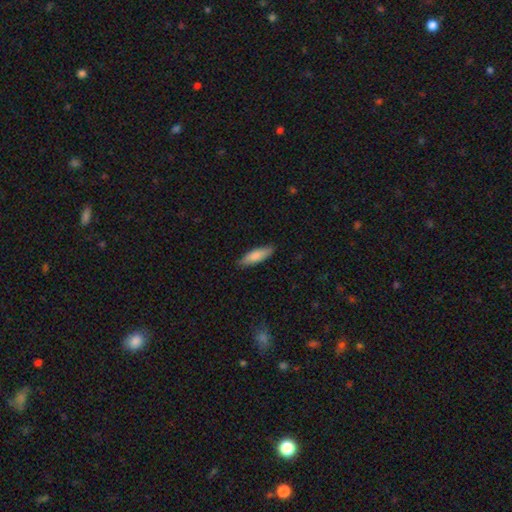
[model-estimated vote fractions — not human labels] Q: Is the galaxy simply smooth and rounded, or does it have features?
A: smooth — 82%.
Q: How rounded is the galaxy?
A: cigar-shaped — 53%.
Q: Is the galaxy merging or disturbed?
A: none — 85%.